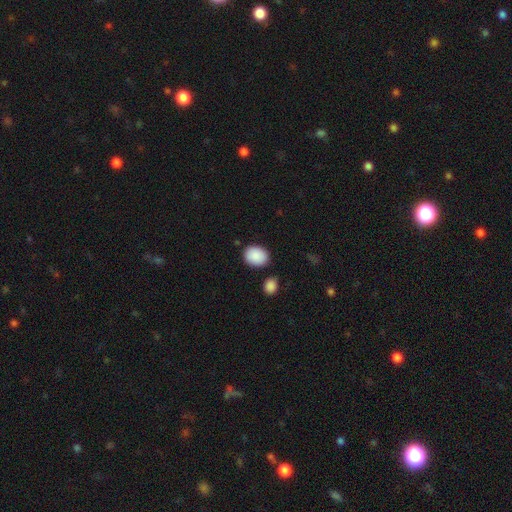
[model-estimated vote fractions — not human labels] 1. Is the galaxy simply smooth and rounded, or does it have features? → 89% smooth, 6% star or artifact, 4% featured or disk.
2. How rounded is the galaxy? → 60% in between, 39% round, 1% cigar-shaped.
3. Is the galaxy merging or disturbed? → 80% none, 12% minor disturbance, 5% merger, 3% major disturbance.